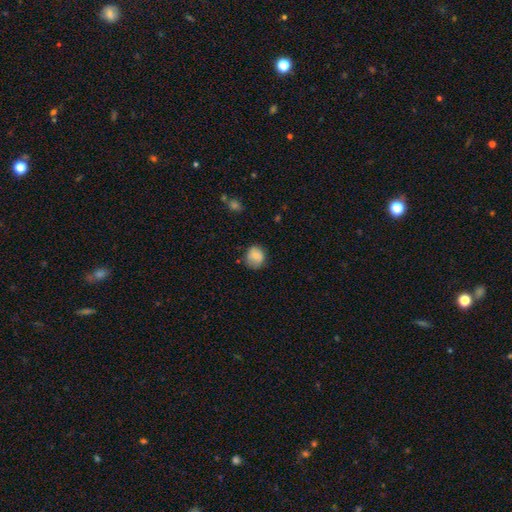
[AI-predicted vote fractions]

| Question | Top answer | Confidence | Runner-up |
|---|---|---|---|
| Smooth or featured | smooth | 82% | featured or disk (9%) |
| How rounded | round | 76% | in between (23%) |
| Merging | none | 74% | minor disturbance (20%) |